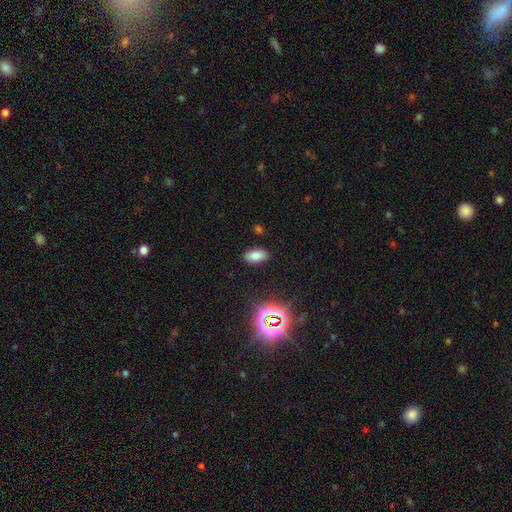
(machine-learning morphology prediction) The model was most divided on "smooth or featured": smooth: 76%, star or artifact: 16%, featured or disk: 8%. More confident: how rounded — in between (92%); merging — none (88%).